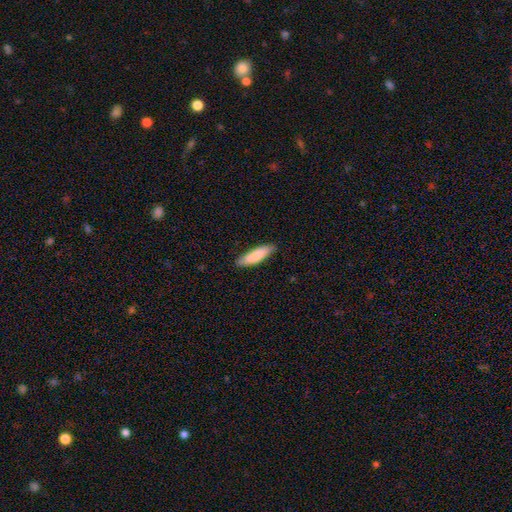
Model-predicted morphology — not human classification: This is clearly a smooth galaxy (84%). How rounded: likely cigar-shaped (63%). Merging: clearly none (83%).